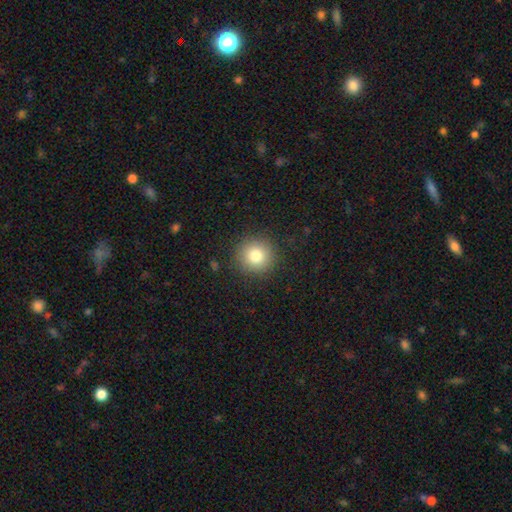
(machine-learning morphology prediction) The model was most divided on "smooth or featured": smooth: 80%, star or artifact: 12%, featured or disk: 8%. More confident: how rounded — round (94%); merging — none (90%).